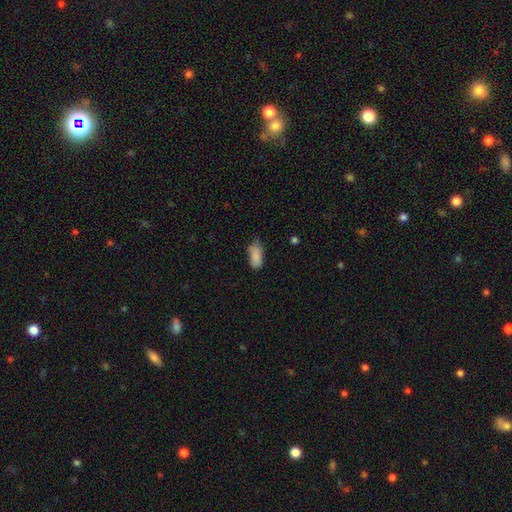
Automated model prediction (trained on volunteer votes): Morphology: type=smooth (87%); roundness=in between (89%); merging=none (64%).